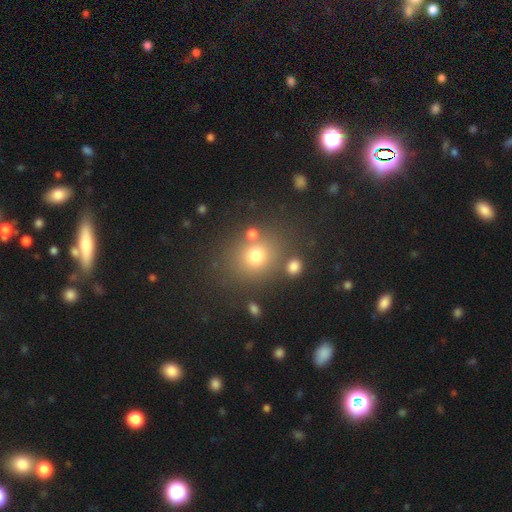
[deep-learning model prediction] The model was most divided on "smooth or featured": smooth: 72%, star or artifact: 17%, featured or disk: 10%. More confident: how rounded — round (77%); merging — none (75%).